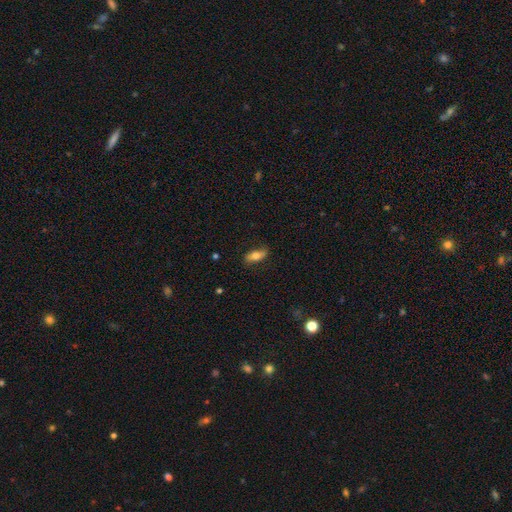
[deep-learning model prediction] smooth 67%, featured or disk 26%, star or artifact 7%. Down the decision tree: how rounded — in between (73%); merging — none (80%).